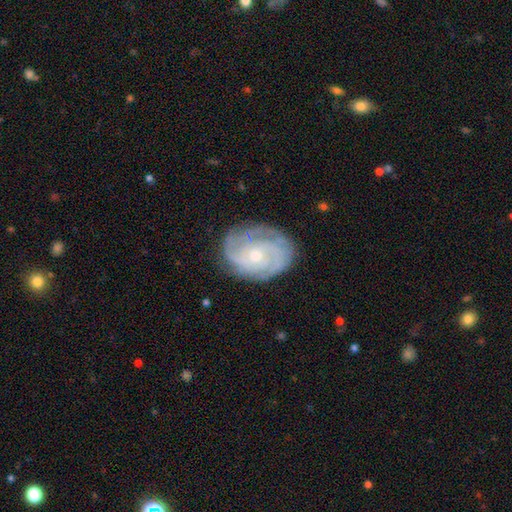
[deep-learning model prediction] This is clearly a featured or disk galaxy (84%). It is clearly not viewed edge-on (97%). Bar: likely no (74%). Spiral arm pattern: clearly yes (96%). Spiral arm count: marginally can't tell (28%). Spiral winding: likely tight (67%). Central bulge: possibly small (52%). Merging: likely none (77%).